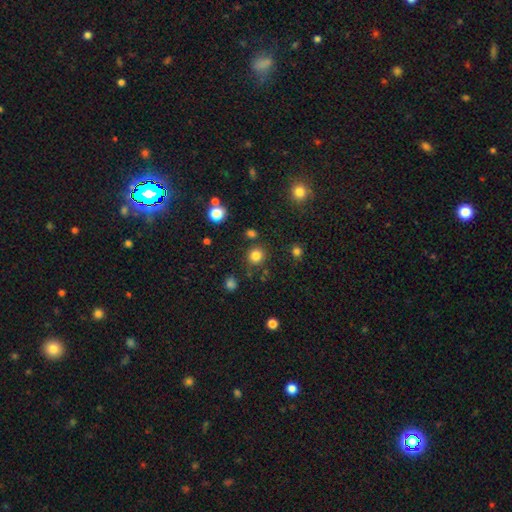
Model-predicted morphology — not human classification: Smooth or featured? smooth (82%)
How rounded? round (90%)
Merging? none (84%)